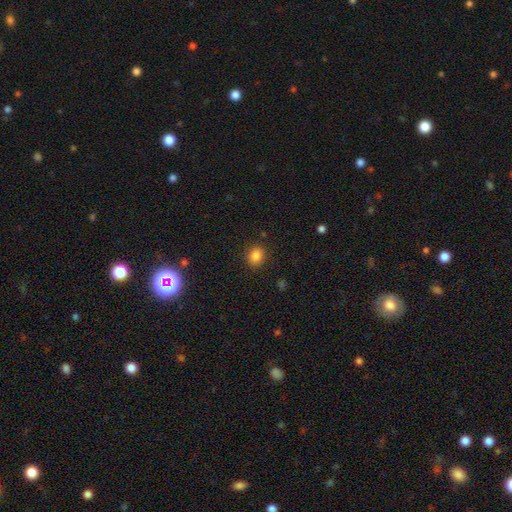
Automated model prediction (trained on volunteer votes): A smooth galaxy with no disk features (84%) that is round (58%). Merging: none (88%).